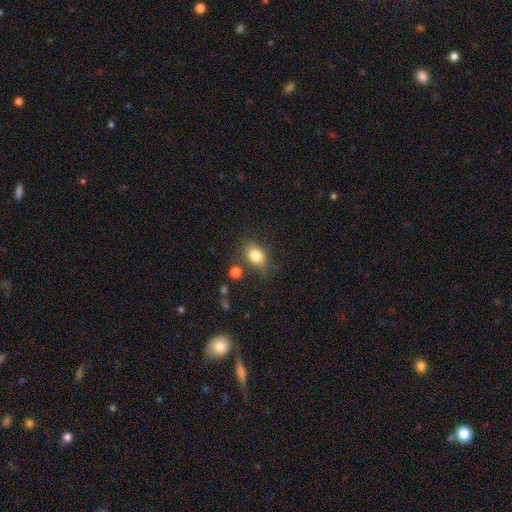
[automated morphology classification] Q: Smooth or featured?
A: smooth (81%); runner-up: star or artifact (10%)
Q: How rounded?
A: in between (73%); runner-up: round (25%)
Q: Merging?
A: none (72%); runner-up: minor disturbance (16%)